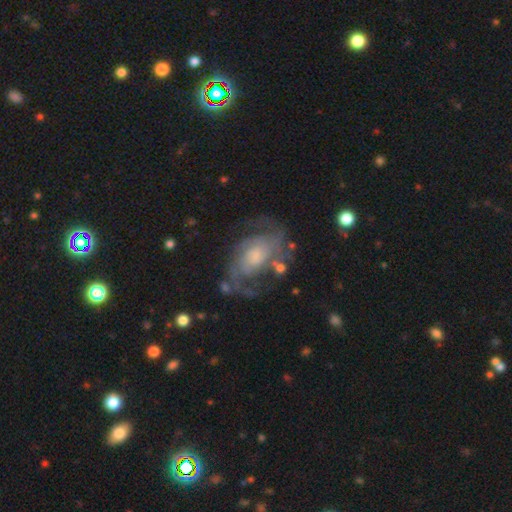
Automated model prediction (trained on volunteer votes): Overall: featured or disk (85%). Edge-on disk: no (97%). Bar: no (57%; weak 35%). Spiral arms: yes (95%). Spiral arm count: 2 (72%). Spiral winding: medium (50%; tight 31%). Bulge size: small (34%; moderate 32%). Merging: none (64%).